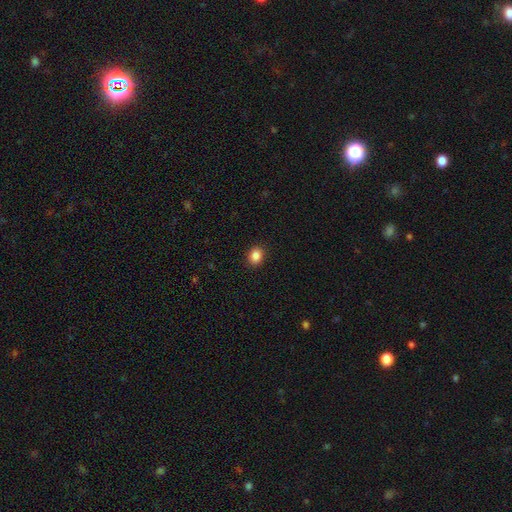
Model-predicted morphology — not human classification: type=smooth (86%); roundness=round (53%); merging=none (91%).